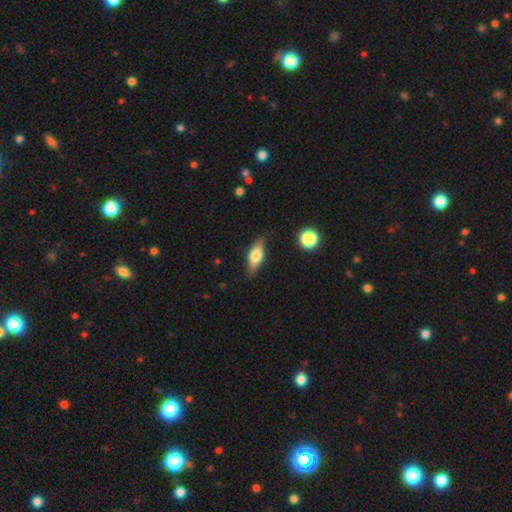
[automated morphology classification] A smooth galaxy with no disk features (52%) that is in between round and cigar-shaped (64%).

Vote fractions:
- Smooth or featured? smooth: 52% / featured or disk: 40% / star or artifact: 7%
- How rounded? in between: 64% / cigar-shaped: 32% / round: 5%
- Merging? none: 85% / minor disturbance: 11% / major disturbance: 3% / merger: 2%